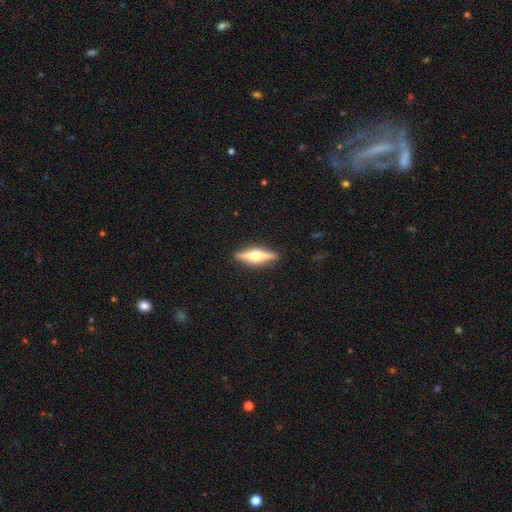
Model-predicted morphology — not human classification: Smooth or featured? featured or disk (73%)
Edge-on disk? yes (97%)
Edge-on bulge? rounded (94%)
Merging? none (91%)